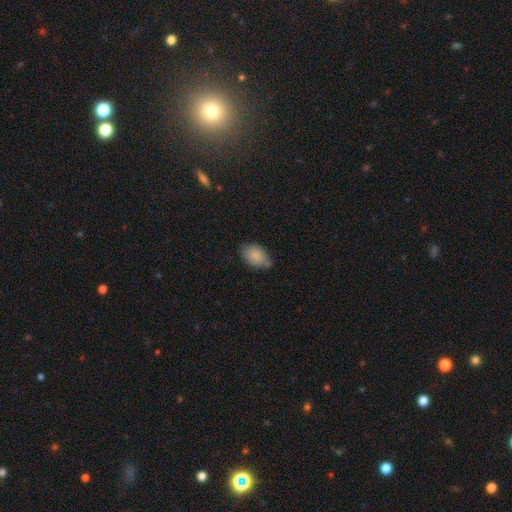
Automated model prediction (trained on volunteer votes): A smooth galaxy with no disk features (86%) that is in between round and cigar-shaped (87%). Merging: none (63%).